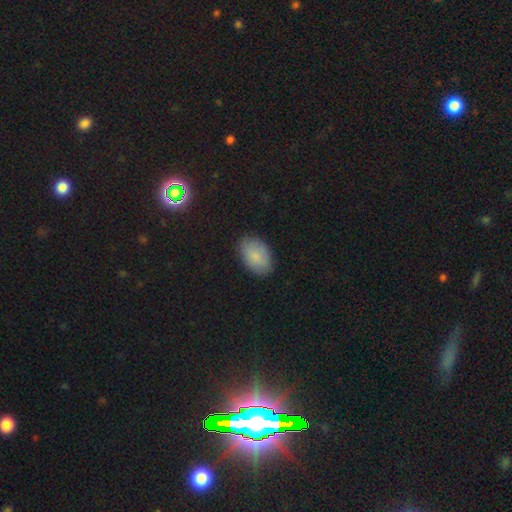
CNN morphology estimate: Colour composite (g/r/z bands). It shows a smooth galaxy with no disk features (86%) that is in between round and cigar-shaped (92%). Merging: none (86%).